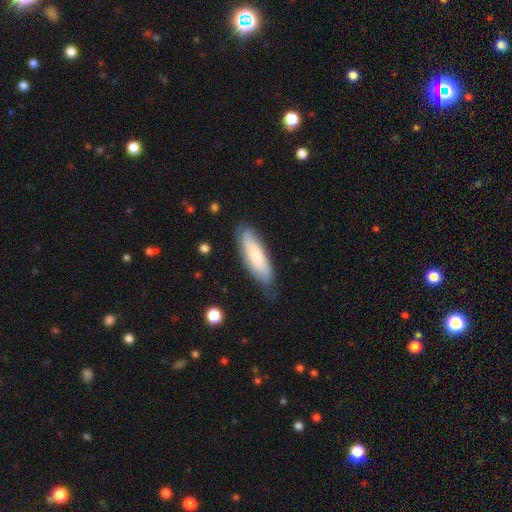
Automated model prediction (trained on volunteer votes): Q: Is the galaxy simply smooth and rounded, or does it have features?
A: smooth — 61%.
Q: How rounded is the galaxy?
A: in between — 50%.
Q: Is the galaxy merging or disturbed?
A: none — 68%.